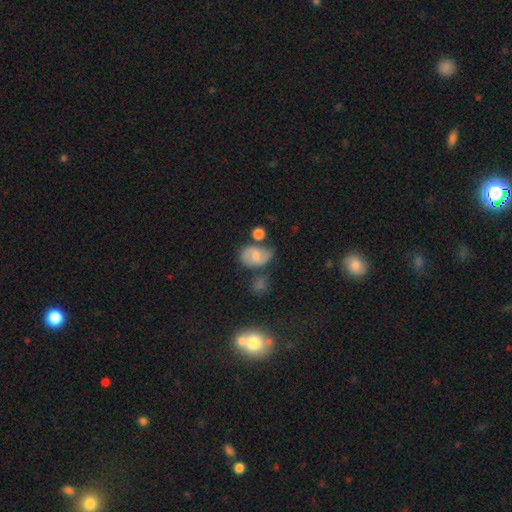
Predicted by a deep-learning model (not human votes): Smooth or featured? Predicted: smooth (p=0.52). How rounded? Predicted: in between (p=0.72). Merging? Predicted: none (p=0.52).